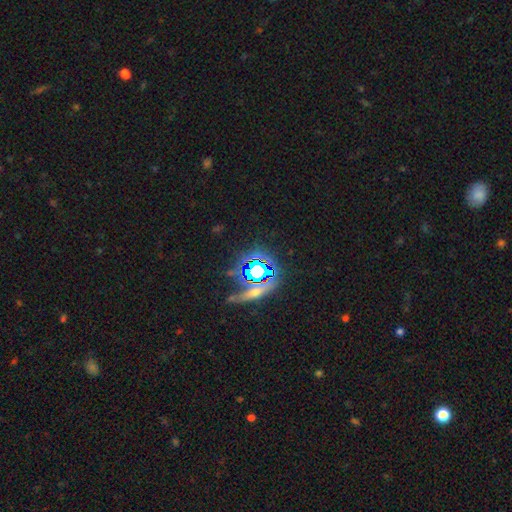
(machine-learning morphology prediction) star or artifact 80%, smooth 12%, featured or disk 8%.